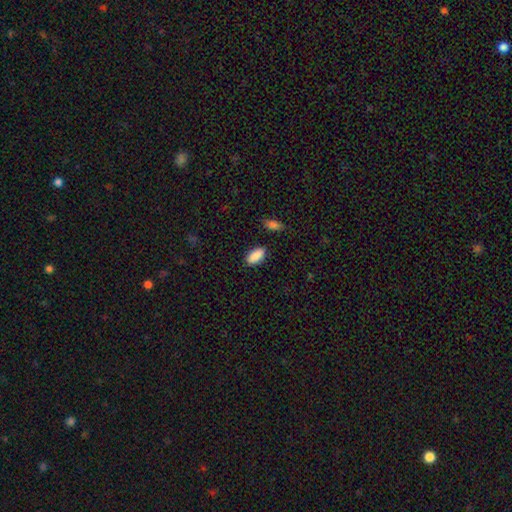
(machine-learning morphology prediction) This is clearly a smooth galaxy (89%). How rounded: clearly in between (90%). Merging: clearly none (85%).